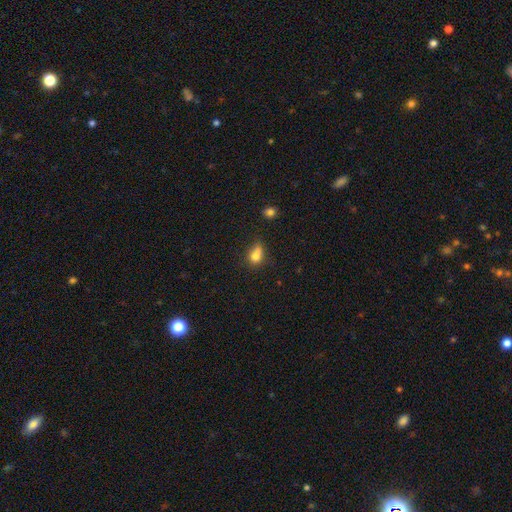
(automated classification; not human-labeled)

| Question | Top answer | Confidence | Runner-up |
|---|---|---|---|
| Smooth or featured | smooth | 77% | star or artifact (13%) |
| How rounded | in between | 60% | round (36%) |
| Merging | none | 39% | minor disturbance (32%) |